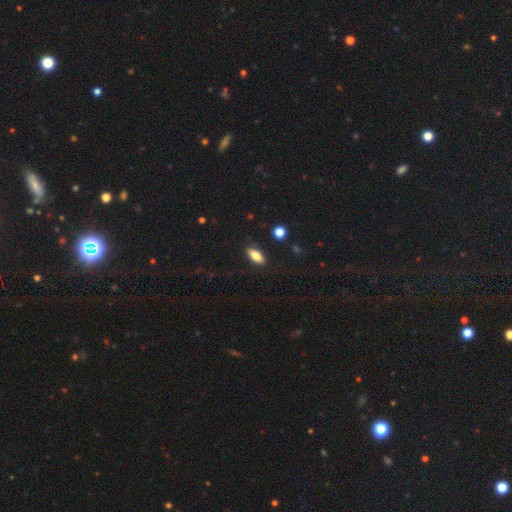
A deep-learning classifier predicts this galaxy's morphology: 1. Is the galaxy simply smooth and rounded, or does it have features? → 76% smooth, 17% featured or disk, 7% star or artifact.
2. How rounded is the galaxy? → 79% in between, 17% cigar-shaped, 3% round.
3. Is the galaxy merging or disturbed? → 86% none, 10% minor disturbance, 2% major disturbance, 2% merger.